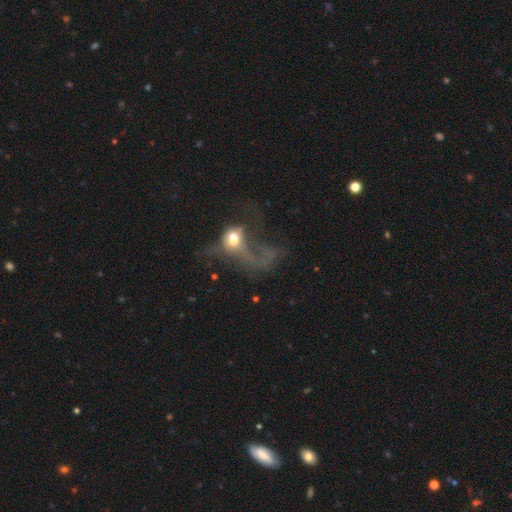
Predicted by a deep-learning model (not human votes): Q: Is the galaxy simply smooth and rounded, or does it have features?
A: featured or disk — 48%.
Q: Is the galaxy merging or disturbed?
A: major disturbance — 58%.